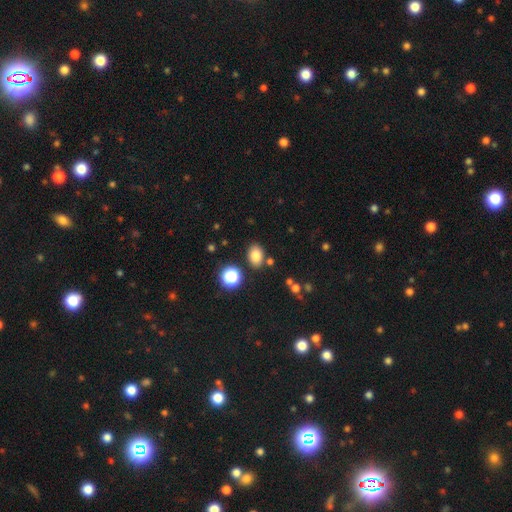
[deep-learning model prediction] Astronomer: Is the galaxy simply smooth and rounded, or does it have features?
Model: smooth — 80%.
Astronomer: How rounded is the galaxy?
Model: in between — 73%.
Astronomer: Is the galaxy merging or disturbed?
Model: none — 81%.